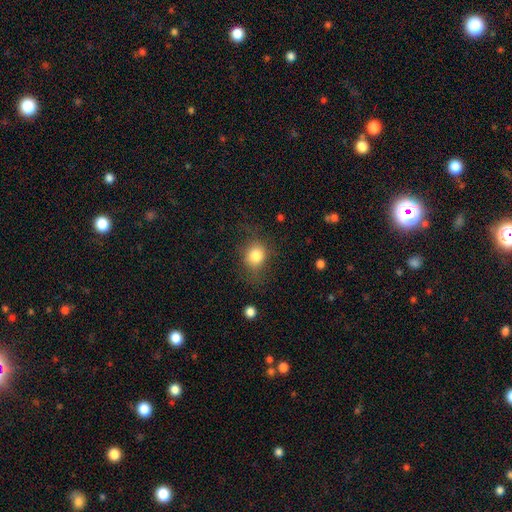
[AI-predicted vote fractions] Smooth or featured? Predicted: smooth (p=0.81). How rounded? Predicted: round (p=0.68). Merging? Predicted: none (p=0.67).